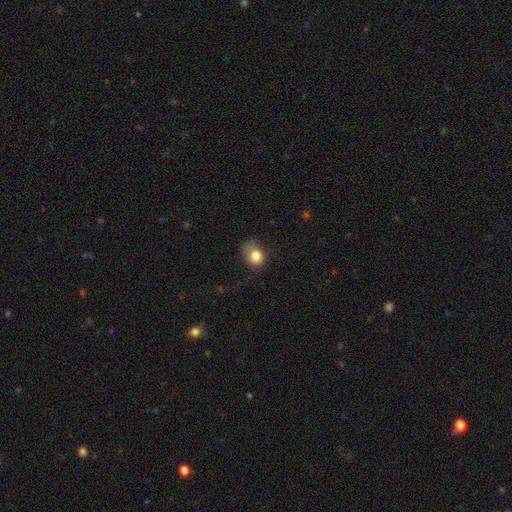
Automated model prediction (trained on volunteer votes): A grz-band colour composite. It shows a smooth galaxy with no disk features (82%) that is in between round and cigar-shaped (50%). Merging: none (50%).